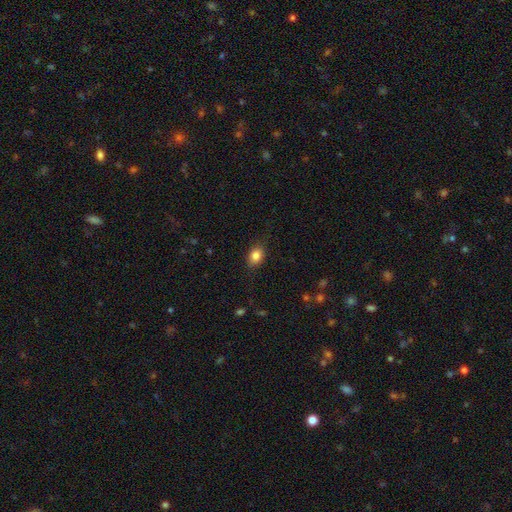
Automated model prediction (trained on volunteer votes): Morphology: type=smooth (84%); roundness=in between (68%); merging=none (84%).